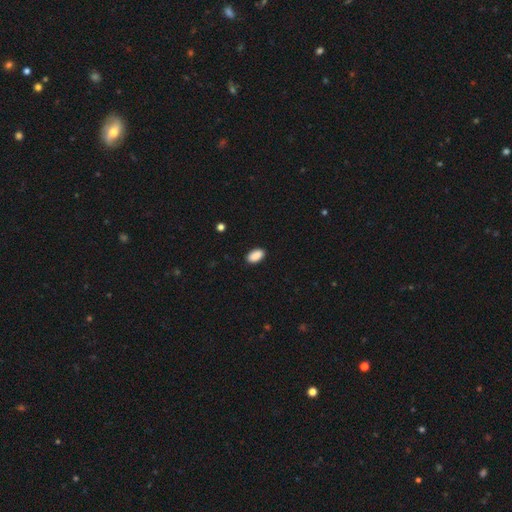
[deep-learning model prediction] smooth_or_featured: smooth (p=0.90) [alt: star or artifact p=0.07]
how_rounded: in between (p=0.94) [alt: round p=0.04]
merging: none (p=0.89) [alt: minor disturbance p=0.08]